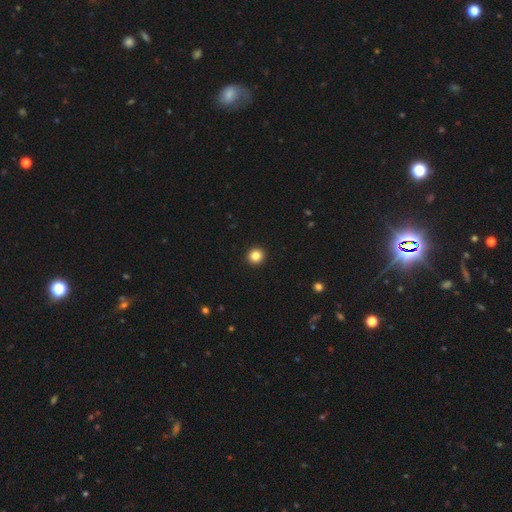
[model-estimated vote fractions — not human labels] Smooth or featured? smooth (85%)
How rounded? round (94%)
Merging? none (94%)